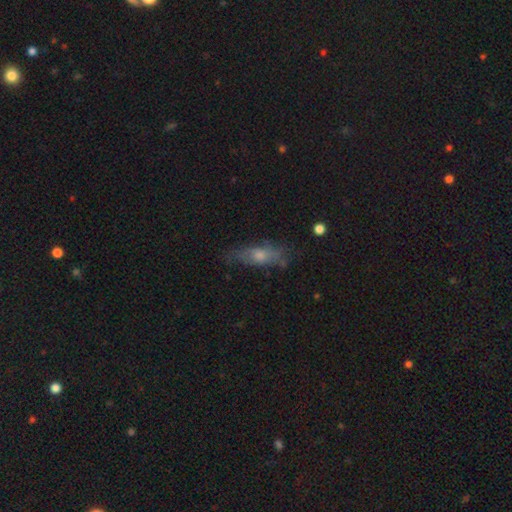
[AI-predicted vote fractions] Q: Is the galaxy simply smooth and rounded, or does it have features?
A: featured or disk — 44%.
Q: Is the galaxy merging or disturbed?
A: none — 76%.